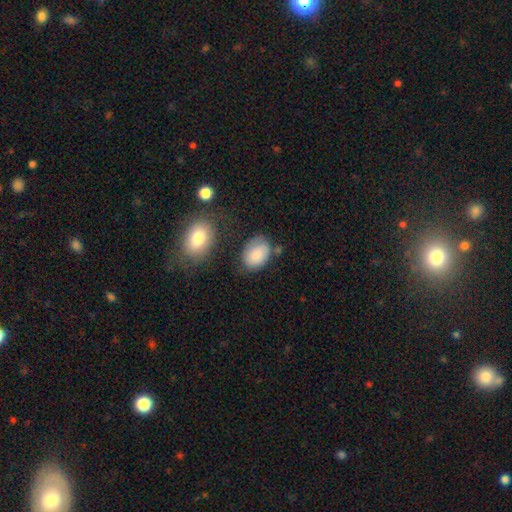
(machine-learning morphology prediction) This is clearly a smooth galaxy (85%). How rounded: likely in between (80%). Merging: likely none (60%).